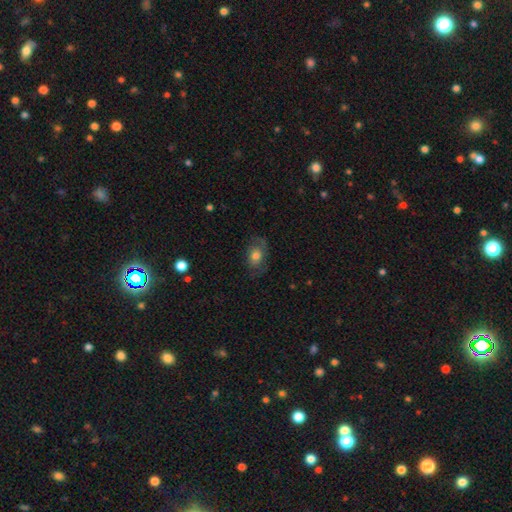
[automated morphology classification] smooth_or_featured: smooth (p=0.65) [alt: featured or disk p=0.26]
how_rounded: in between (p=0.74) [alt: round p=0.24]
merging: none (p=0.68) [alt: minor disturbance p=0.20]